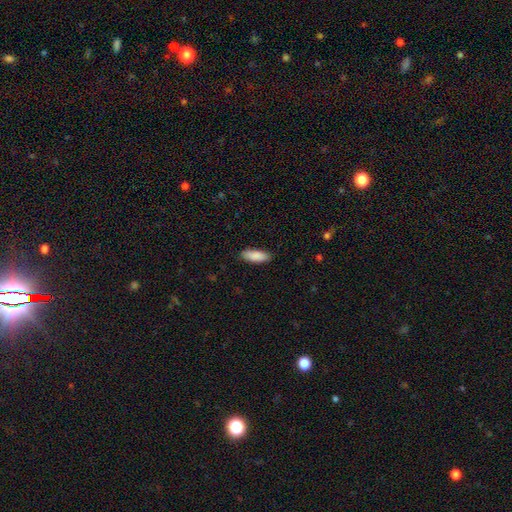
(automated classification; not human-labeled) smooth-or-featured: smooth: 89% | star or artifact: 6% | featured or disk: 5%
  how-rounded: in between: 74% | cigar-shaped: 24% | round: 2%
  merging: none: 87% | minor disturbance: 10% | major disturbance: 2% | merger: 1%